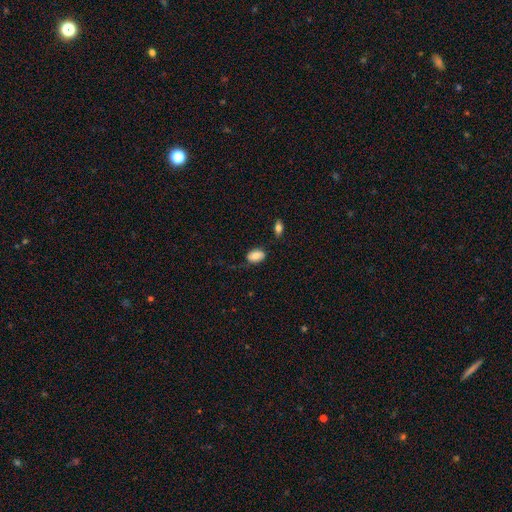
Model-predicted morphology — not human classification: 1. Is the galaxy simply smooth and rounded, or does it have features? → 78% smooth, 15% featured or disk, 8% star or artifact.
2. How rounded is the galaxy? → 87% in between, 12% round, 2% cigar-shaped.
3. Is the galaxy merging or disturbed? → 60% none, 27% minor disturbance, 9% major disturbance, 4% merger.